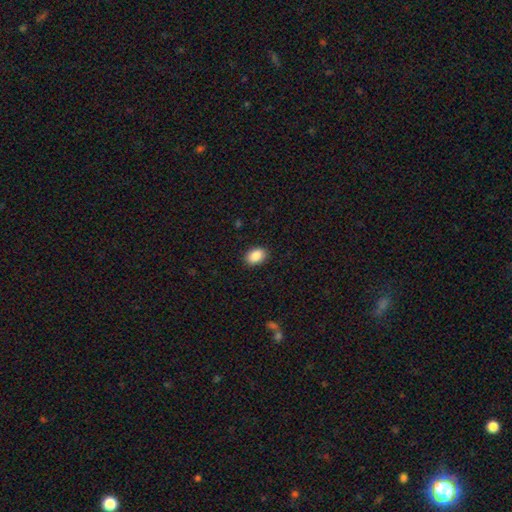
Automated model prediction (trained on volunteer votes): Smooth or featured?
  - smooth: 89% *
  - star or artifact: 8%
  - featured or disk: 4%
How rounded?
  - in between: 81% *
  - round: 18%
  - cigar-shaped: 1%
Merging?
  - none: 90% *
  - minor disturbance: 7%
  - major disturbance: 2%
  - merger: 1%